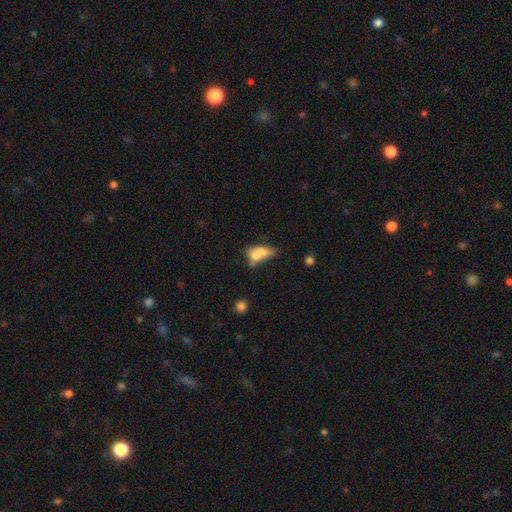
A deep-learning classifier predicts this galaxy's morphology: type=smooth (67%); roundness=in between (77%); merging=merger (51%).